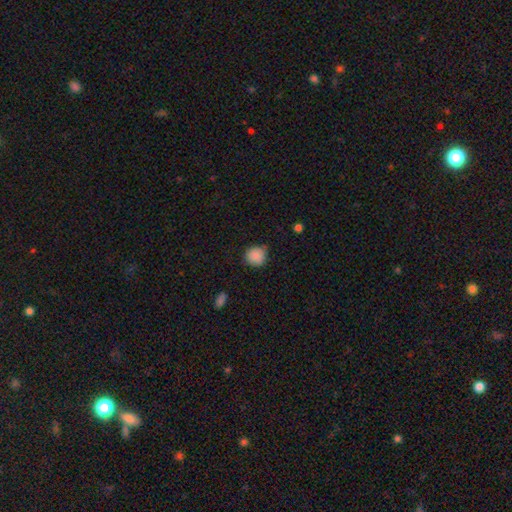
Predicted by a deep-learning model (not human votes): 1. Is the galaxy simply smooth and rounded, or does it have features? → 87% smooth, 9% star or artifact, 4% featured or disk.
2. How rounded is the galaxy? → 86% round, 13% in between, 1% cigar-shaped.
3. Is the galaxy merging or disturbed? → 74% none, 21% minor disturbance, 4% major disturbance, 2% merger.